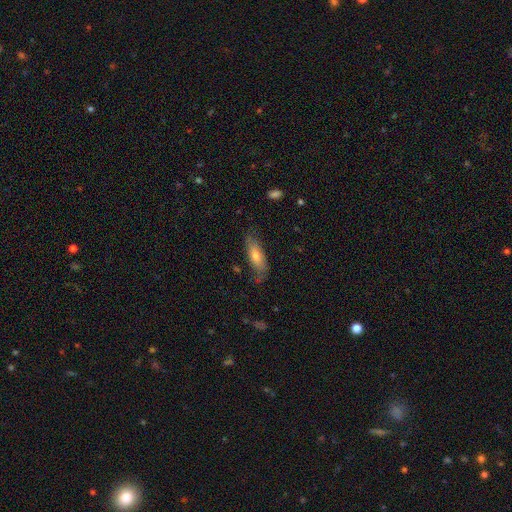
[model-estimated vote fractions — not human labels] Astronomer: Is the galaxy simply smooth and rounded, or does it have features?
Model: smooth — 60%.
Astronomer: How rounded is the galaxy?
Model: in between — 59% (runner-up: cigar-shaped, 39%).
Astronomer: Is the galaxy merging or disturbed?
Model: none — 68%.